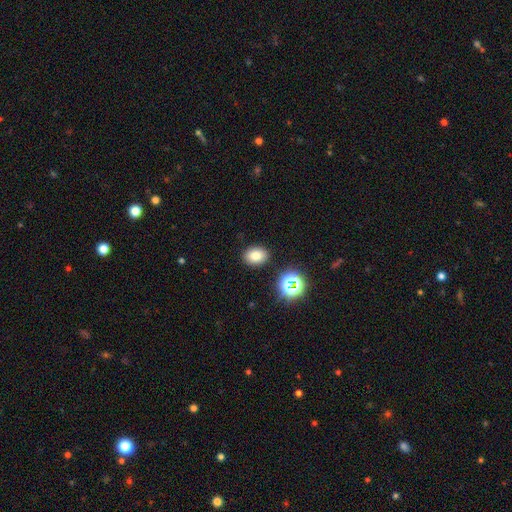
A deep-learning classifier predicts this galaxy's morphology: Smooth or featured? smooth (75%)
How rounded? in between (65%)
Merging? none (87%)